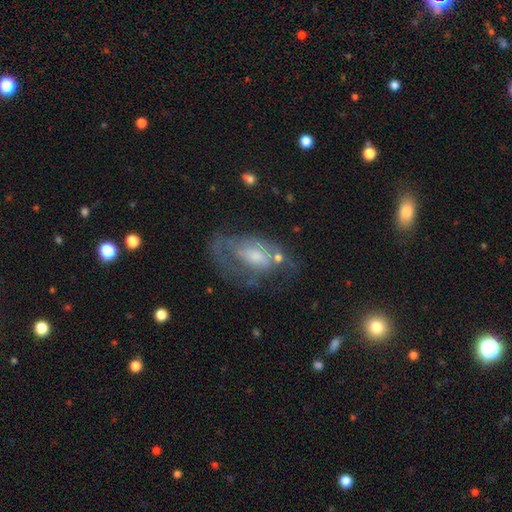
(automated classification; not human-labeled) smooth_or_featured: featured or disk (p=0.64) [alt: smooth p=0.28]
disk_edge_on: no (p=0.94) [alt: yes p=0.06]
bar: no (p=0.61) [alt: weak p=0.32]
has_spiral_arms: yes (p=0.67) [alt: no p=0.33]
bulge_size: moderate (p=0.44) [alt: small p=0.35]
merging: none (p=0.42) [alt: major disturbance p=0.30]